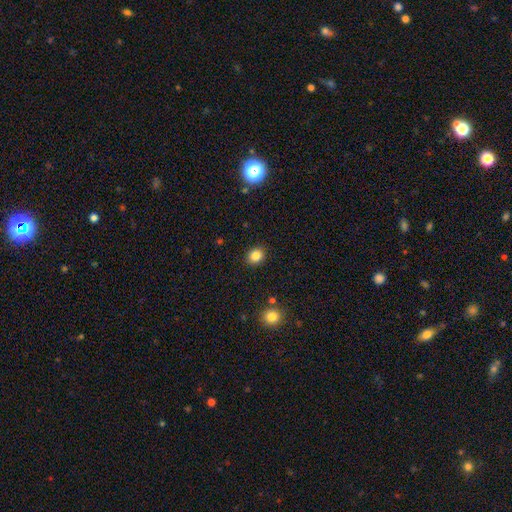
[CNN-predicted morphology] Q: Smooth or featured?
A: smooth (83%); runner-up: star or artifact (11%)
Q: How rounded?
A: round (64%); runner-up: in between (35%)
Q: Merging?
A: none (90%); runner-up: minor disturbance (7%)